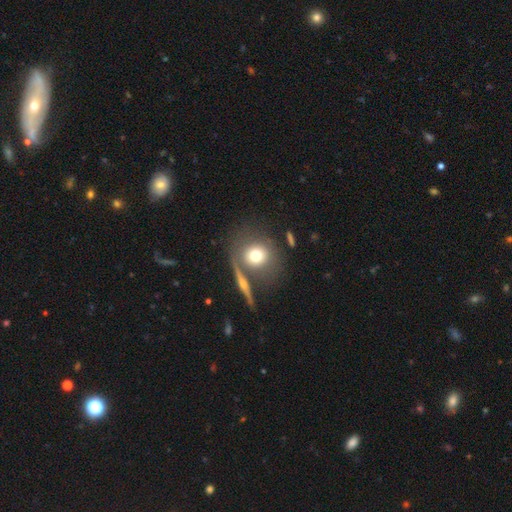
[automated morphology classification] Smooth or featured? Predicted: smooth (p=0.66). How rounded? Predicted: round (p=0.85). Merging? Predicted: none (p=0.64).